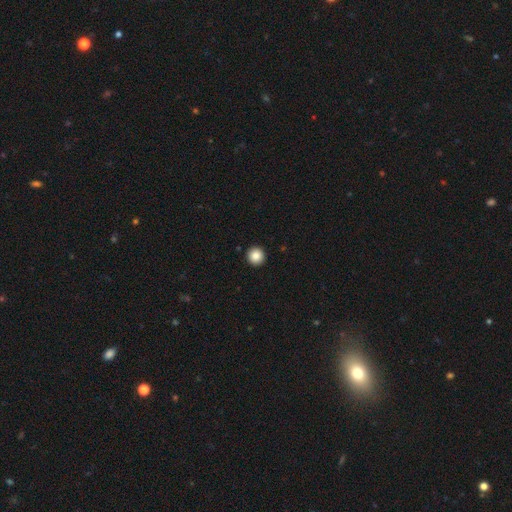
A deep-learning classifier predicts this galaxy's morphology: A smooth galaxy with no disk features (87%) that is round (95%). Merging: none (94%).